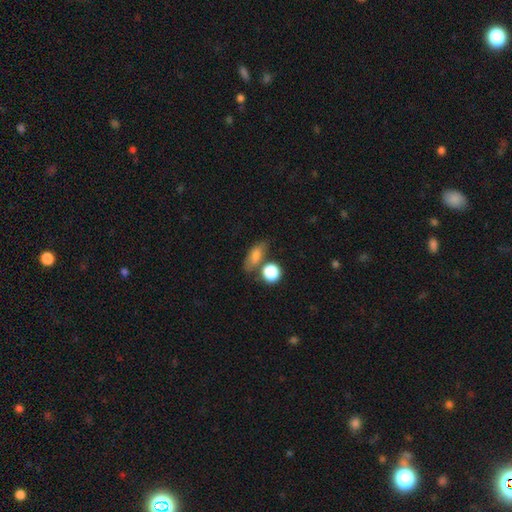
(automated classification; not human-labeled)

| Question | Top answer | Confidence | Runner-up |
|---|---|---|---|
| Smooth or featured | smooth | 73% | featured or disk (17%) |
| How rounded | in between | 69% | round (17%) |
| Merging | none | 55% | merger (20%) |